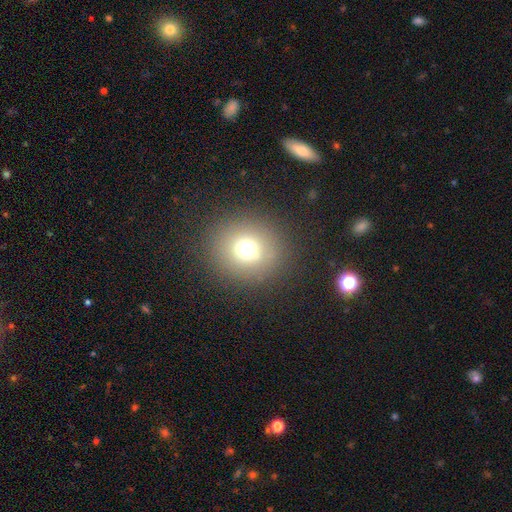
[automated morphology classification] smooth 71%, star or artifact 17%, featured or disk 12%. Down the decision tree: how rounded — round (85%); merging — none (83%).